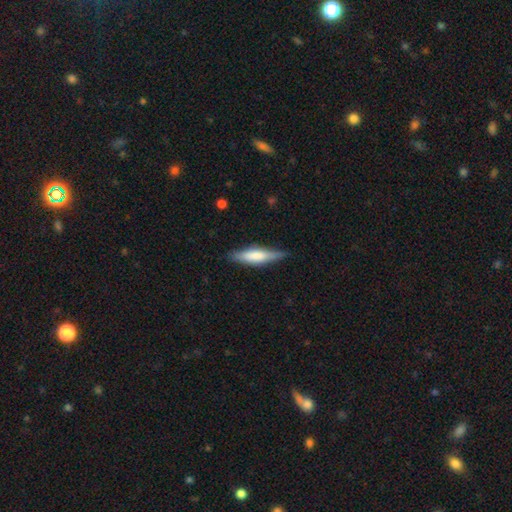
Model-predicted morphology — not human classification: smooth_or_featured: smooth (p=0.55) [alt: featured or disk p=0.40]
how_rounded: cigar-shaped (p=0.75) [alt: in between p=0.23]
merging: none (p=0.82) [alt: minor disturbance p=0.14]